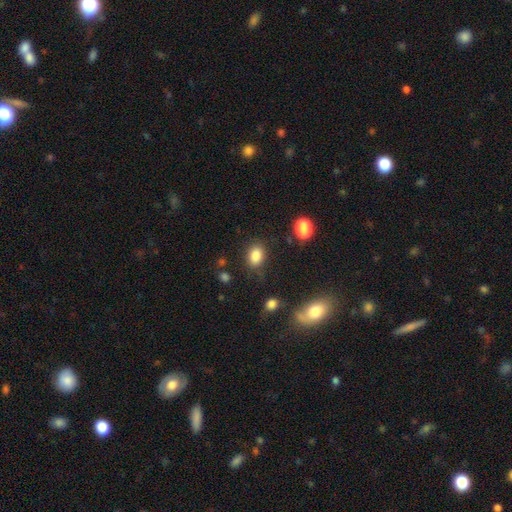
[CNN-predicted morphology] This is clearly a smooth galaxy (85%). How rounded: likely in between (70%). Merging: clearly none (80%).